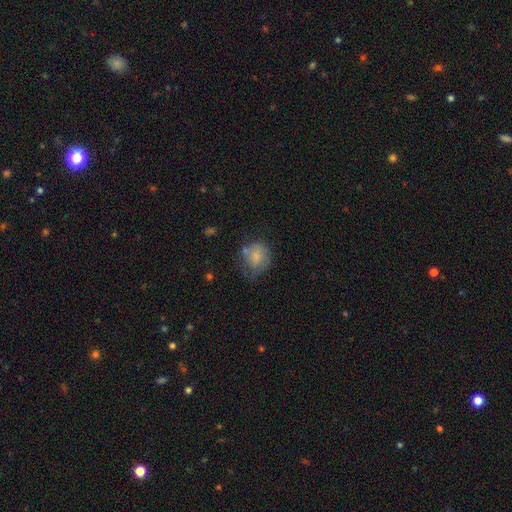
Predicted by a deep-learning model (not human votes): This appears to be a smooth galaxy with no disk features (70%) that is round (58%). Merging: none (44%).